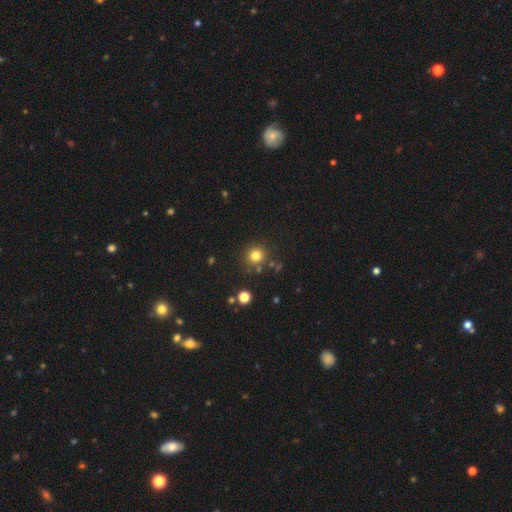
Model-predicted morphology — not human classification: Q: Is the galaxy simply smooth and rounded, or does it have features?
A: smooth — 79%.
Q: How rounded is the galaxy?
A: round — 92%.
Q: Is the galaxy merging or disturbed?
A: none — 81%.